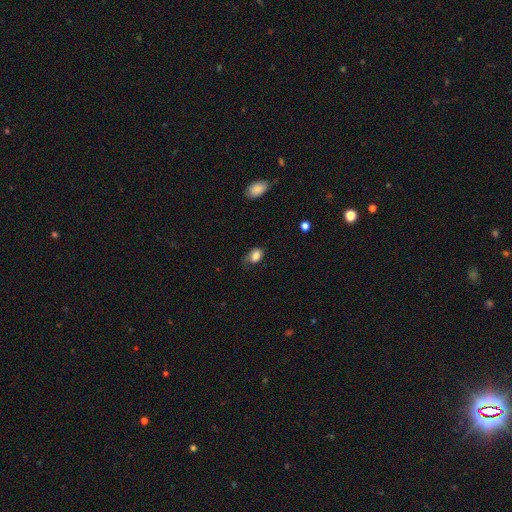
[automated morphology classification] smooth_or_featured: smooth (p=0.83) [alt: star or artifact p=0.08]
how_rounded: in between (p=0.78) [alt: round p=0.20]
merging: none (p=0.51) [alt: minor disturbance p=0.33]